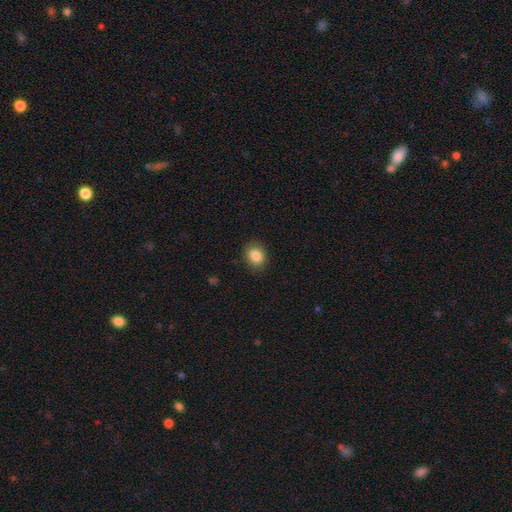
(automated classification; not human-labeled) Overall: smooth (85%). How rounded: round (51%; in between 48%). Merging: none (88%).